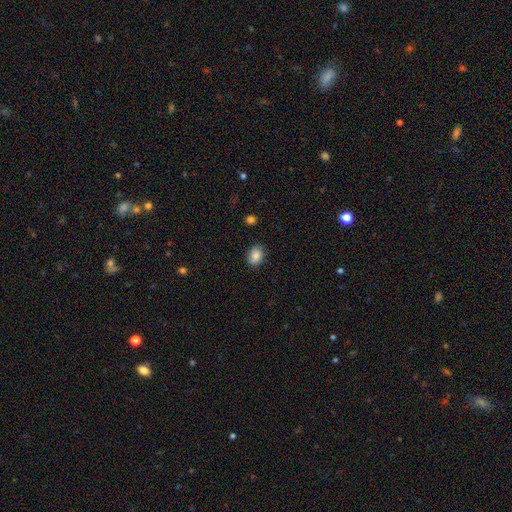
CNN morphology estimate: Smooth or featured? smooth (86%)
How rounded? in between (64%)
Merging? none (87%)